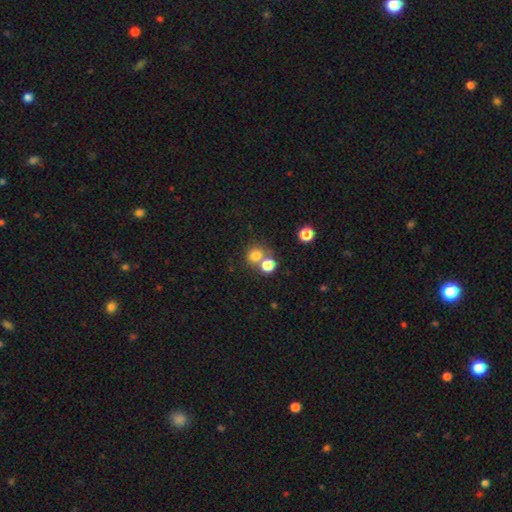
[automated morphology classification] Smooth or featured?
  - smooth: 77% *
  - star or artifact: 16%
  - featured or disk: 8%
How rounded?
  - round: 79% *
  - in between: 20%
  - cigar-shaped: 1%
Merging?
  - none: 54% *
  - merger: 33%
  - minor disturbance: 8%
  - major disturbance: 4%